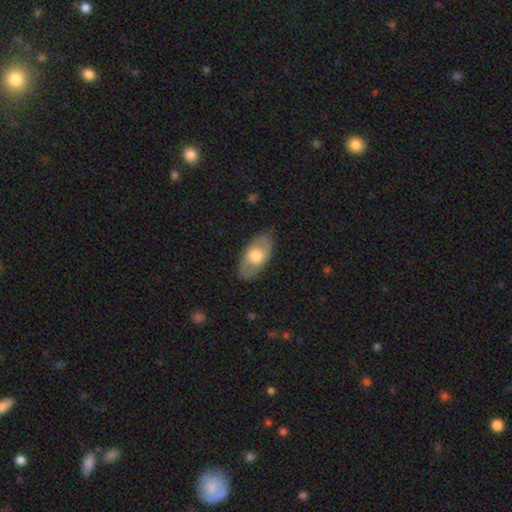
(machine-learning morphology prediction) type=smooth (55%); roundness=in between (92%); merging=none (83%).